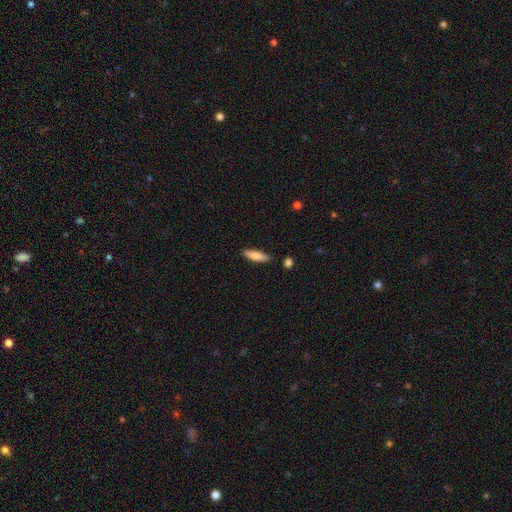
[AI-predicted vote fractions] Smooth or featured: smooth — 78% (featured or disk — 16%)
How rounded: cigar-shaped — 61% (in between — 37%)
Merging: none — 85% (minor disturbance — 10%)